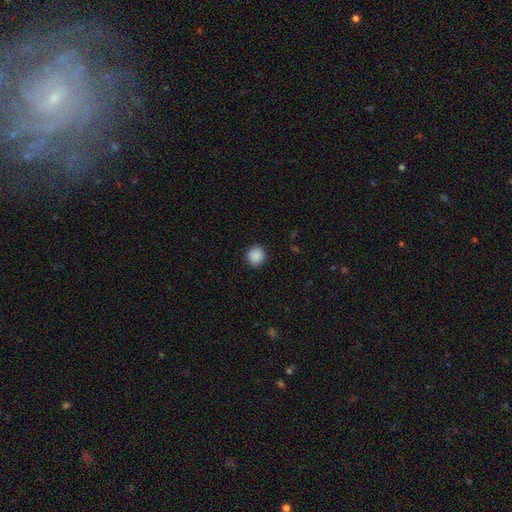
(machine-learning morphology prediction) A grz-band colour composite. It shows a smooth galaxy with no disk features (89%) that is round (92%). Merging: none (92%).